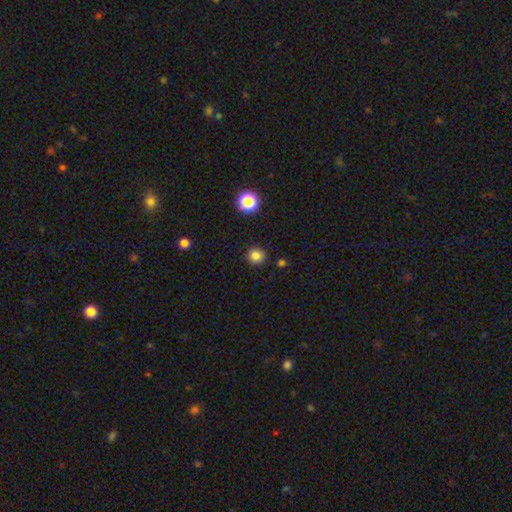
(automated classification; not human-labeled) A smooth galaxy with no disk features (83%) that is round (90%).

Vote fractions:
- Smooth or featured? smooth: 83% / star or artifact: 13% / featured or disk: 4%
- How rounded? round: 90% / in between: 9% / cigar-shaped: 1%
- Merging? none: 88% / minor disturbance: 7% / major disturbance: 2% / merger: 2%